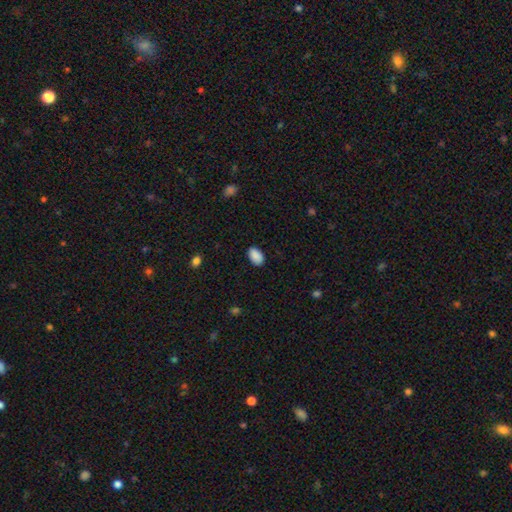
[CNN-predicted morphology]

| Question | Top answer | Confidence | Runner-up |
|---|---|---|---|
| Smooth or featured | smooth | 90% | star or artifact (7%) |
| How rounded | in between | 92% | round (7%) |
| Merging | none | 86% | minor disturbance (11%) |